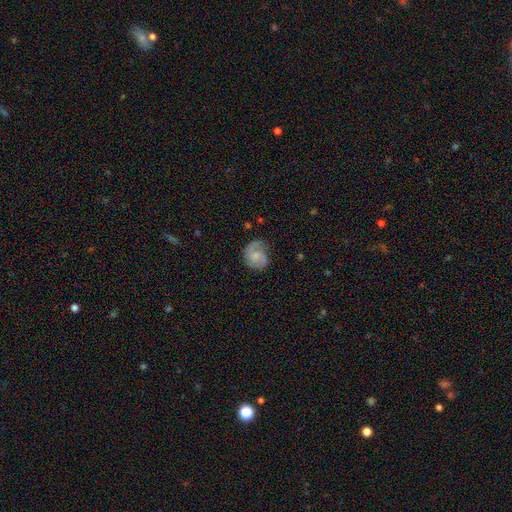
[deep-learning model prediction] This is possibly a featured or disk galaxy (51%). It is clearly not viewed edge-on (97%). Merging: possibly none (55%).